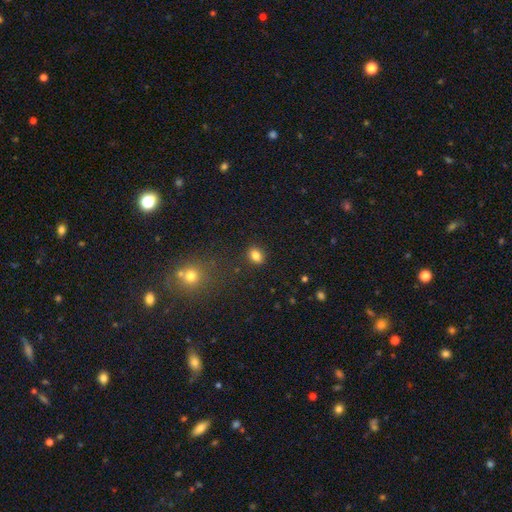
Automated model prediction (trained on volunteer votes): This appears to be a smooth galaxy with no disk features (82%) that is in between round and cigar-shaped (65%). Merging: none (86%).